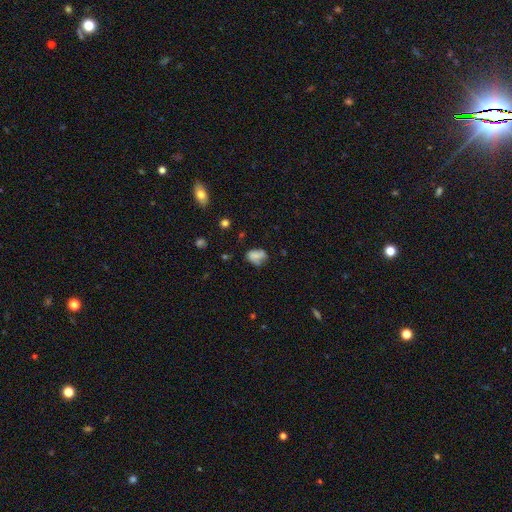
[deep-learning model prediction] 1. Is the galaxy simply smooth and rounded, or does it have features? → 69% smooth, 18% featured or disk, 12% star or artifact.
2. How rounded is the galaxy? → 77% in between, 21% round, 2% cigar-shaped.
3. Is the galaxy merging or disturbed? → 40% none, 30% minor disturbance, 16% major disturbance, 14% merger.